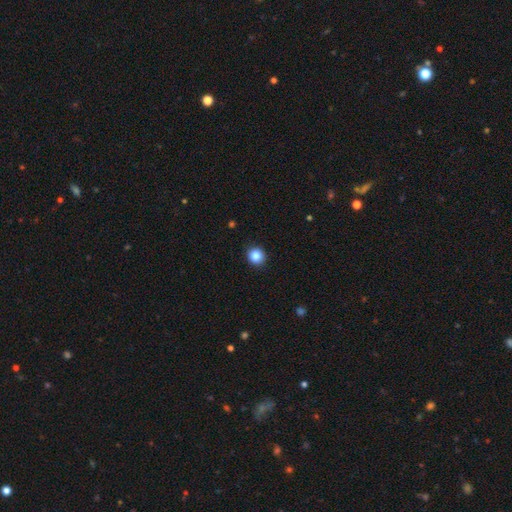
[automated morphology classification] This is clearly a smooth galaxy (86%). How rounded: clearly round (89%). Merging: clearly none (91%).